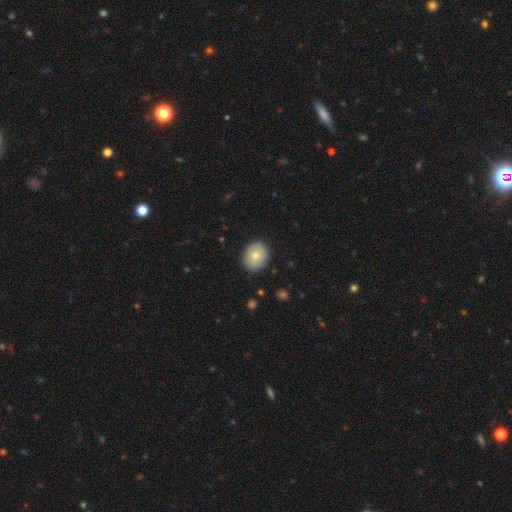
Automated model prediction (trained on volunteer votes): The model was most divided on "how rounded": round: 58%, in between: 41%, cigar-shaped: 1%. More confident: merging — none (87%); smooth or featured — smooth (73%).